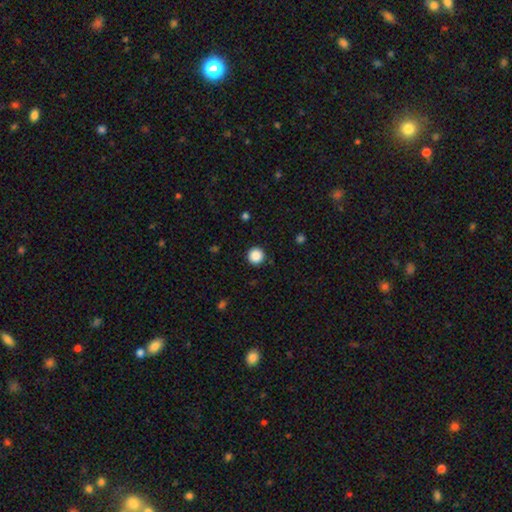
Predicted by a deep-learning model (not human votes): The model was most divided on "smooth or featured": smooth: 87%, star or artifact: 10%, featured or disk: 3%. More confident: how rounded — round (96%); merging — none (92%).